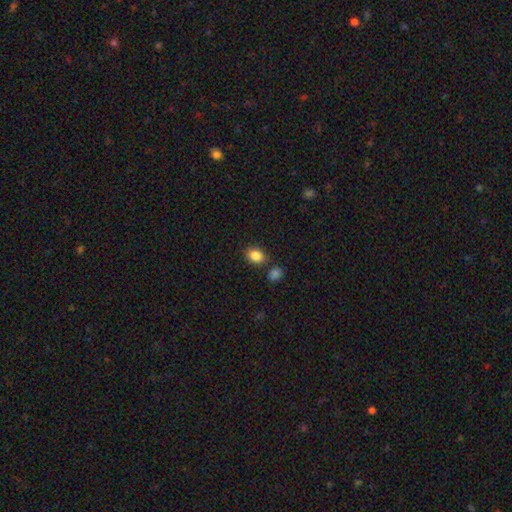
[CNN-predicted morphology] type=smooth (85%); roundness=in between (64%); merging=none (77%).